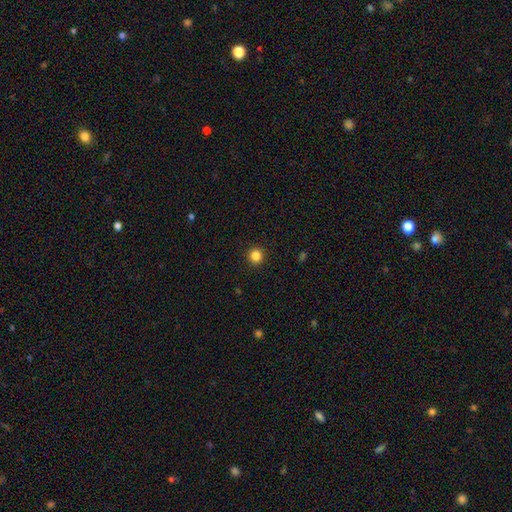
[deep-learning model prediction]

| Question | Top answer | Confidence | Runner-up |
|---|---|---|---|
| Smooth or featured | smooth | 84% | star or artifact (12%) |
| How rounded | round | 94% | in between (5%) |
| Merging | none | 93% | minor disturbance (5%) |